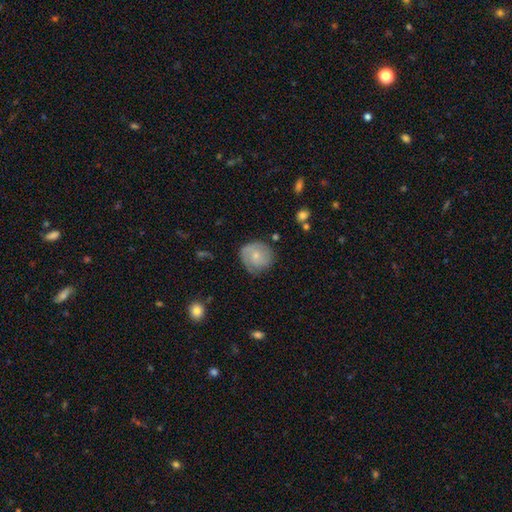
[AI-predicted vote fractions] smooth-or-featured: smooth: 48% | featured or disk: 45% | star or artifact: 7%
  merging: none: 65% | minor disturbance: 25% | major disturbance: 8% | merger: 2%